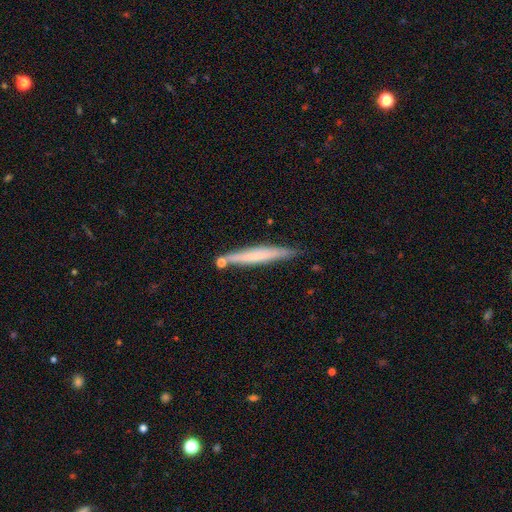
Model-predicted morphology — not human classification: Smooth or featured? smooth (55%)
How rounded? cigar-shaped (95%)
Merging? none (75%)